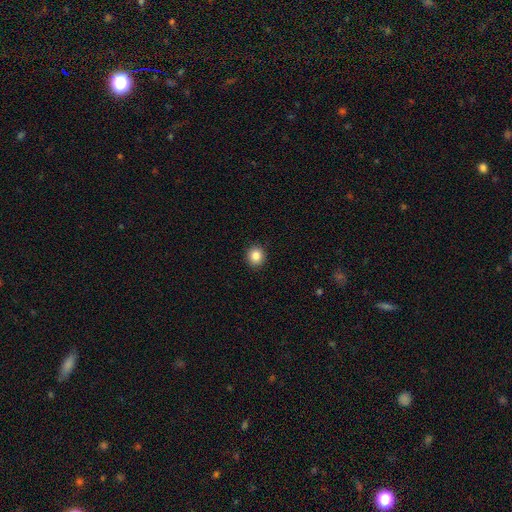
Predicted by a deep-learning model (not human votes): Smooth or featured? smooth (85%)
How rounded? round (85%)
Merging? none (92%)